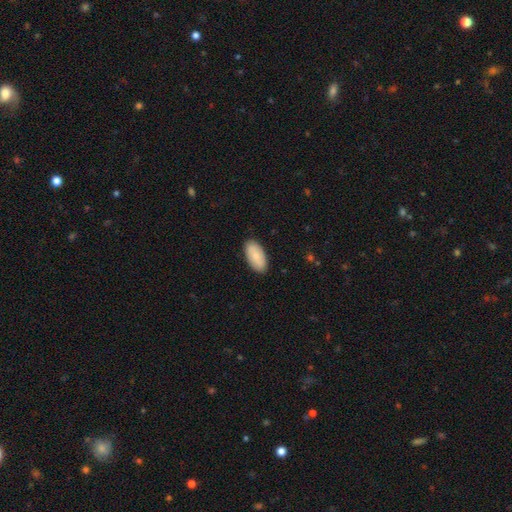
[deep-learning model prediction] smooth 82%, featured or disk 13%, star or artifact 6%. Down the decision tree: how rounded — in between (94%); merging — none (88%).